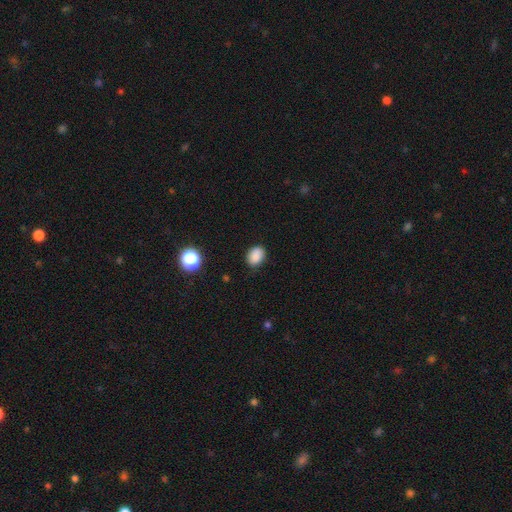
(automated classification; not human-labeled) Overall: smooth (86%). How rounded: in between (60%; round 39%). Merging: none (83%).